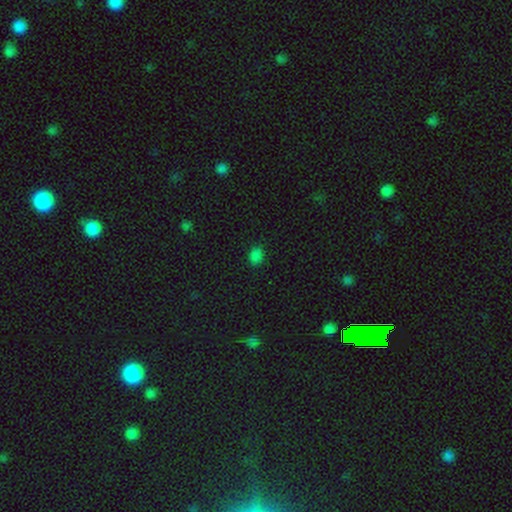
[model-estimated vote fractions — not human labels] A smooth galaxy with no disk features (80%) that is in between round and cigar-shaped (66%).

Vote fractions:
- Smooth or featured? smooth: 80% / star or artifact: 17% / featured or disk: 3%
- How rounded? in between: 66% / round: 33% / cigar-shaped: 1%
- Merging? none: 87% / minor disturbance: 10% / major disturbance: 2% / merger: 1%